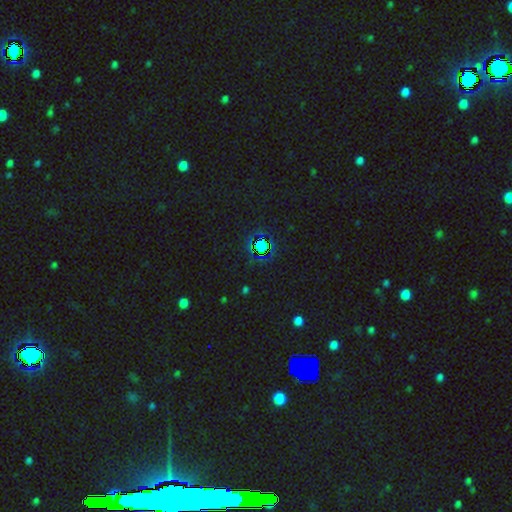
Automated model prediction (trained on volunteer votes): A star or artifact, not a galaxy (78%).